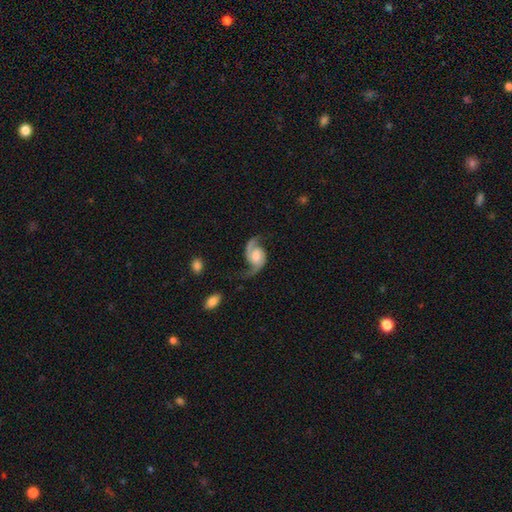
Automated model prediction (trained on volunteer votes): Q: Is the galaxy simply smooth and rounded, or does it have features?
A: featured or disk — 90%.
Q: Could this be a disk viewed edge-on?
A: no — 98%.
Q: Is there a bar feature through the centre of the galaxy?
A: no — 57%.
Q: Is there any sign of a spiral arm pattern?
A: yes — 97%.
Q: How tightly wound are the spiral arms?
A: loose — 54%.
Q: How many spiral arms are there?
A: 2 — 92%.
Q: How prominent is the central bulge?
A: moderate — 52%.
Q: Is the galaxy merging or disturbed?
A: none — 65%.